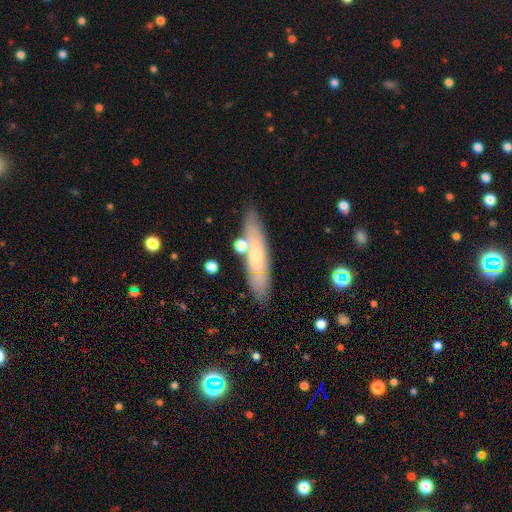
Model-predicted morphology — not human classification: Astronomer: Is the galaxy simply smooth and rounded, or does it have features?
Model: smooth — 47% (runner-up: featured or disk, 46%).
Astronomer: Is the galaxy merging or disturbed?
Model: none — 78%.